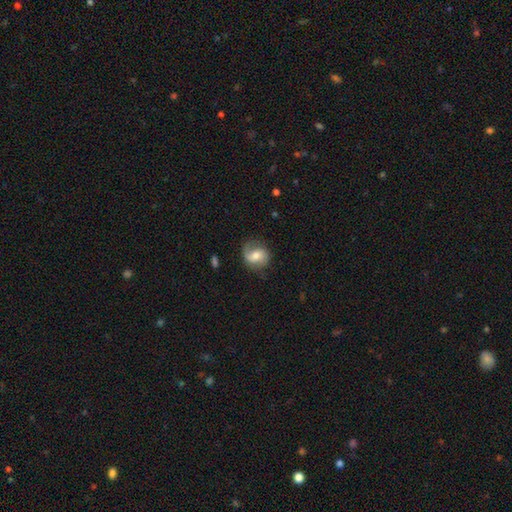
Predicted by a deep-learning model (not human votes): The model was most divided on "bar": no: 47%, weak: 41%, strong: 12%. More confident: edge-on disk — no (97%); spiral arms — yes (88%); merging — none (66%); bulge size — moderate (57%); smooth or featured — featured or disk (54%).